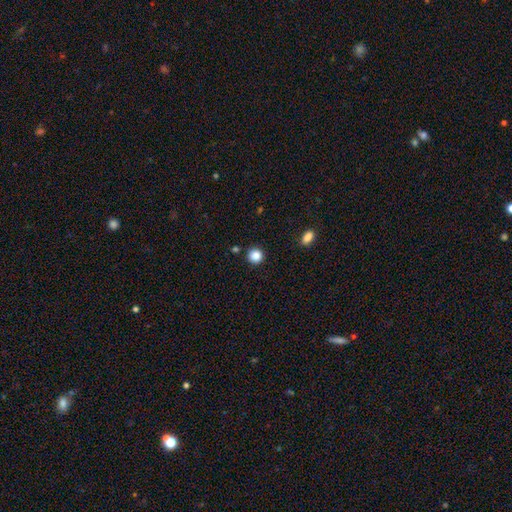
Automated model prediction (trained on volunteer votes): smooth 87%, star or artifact 10%, featured or disk 3%. Down the decision tree: how rounded — round (93%); merging — none (89%).